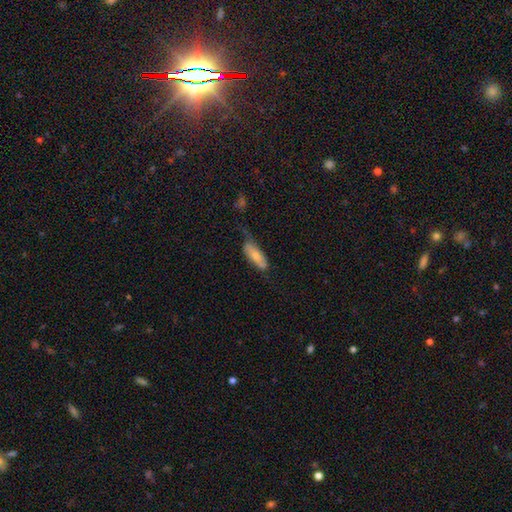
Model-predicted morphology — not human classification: This is likely a smooth galaxy (68%). How rounded: likely in between (68%). Merging: marginally none (39%).